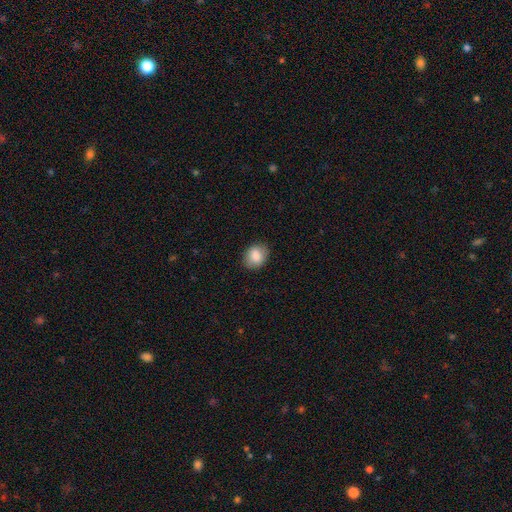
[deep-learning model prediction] Smooth or featured?
  - smooth: 85% *
  - star or artifact: 8%
  - featured or disk: 7%
How rounded?
  - in between: 51% *
  - round: 48%
  - cigar-shaped: 1%
Merging?
  - none: 84% *
  - minor disturbance: 12%
  - major disturbance: 3%
  - merger: 1%